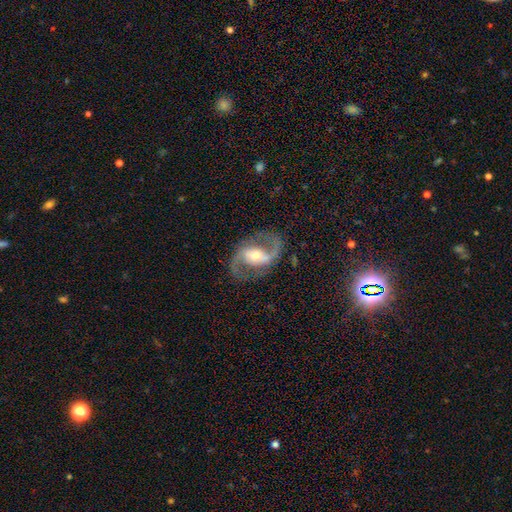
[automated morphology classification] Q: Smooth or featured?
A: featured or disk (90%); runner-up: star or artifact (5%)
Q: Edge-on disk?
A: no (97%); runner-up: yes (3%)
Q: Bar?
A: weak (41%); runner-up: no (30%)
Q: Spiral arms?
A: yes (97%); runner-up: no (3%)
Q: Spiral winding?
A: medium (51%); runner-up: loose (40%)
Q: Spiral arm count?
A: 2 (94%); runner-up: 1 (2%)
Q: Bulge size?
A: moderate (63%); runner-up: small (26%)
Q: Merging?
A: none (81%); runner-up: minor disturbance (11%)